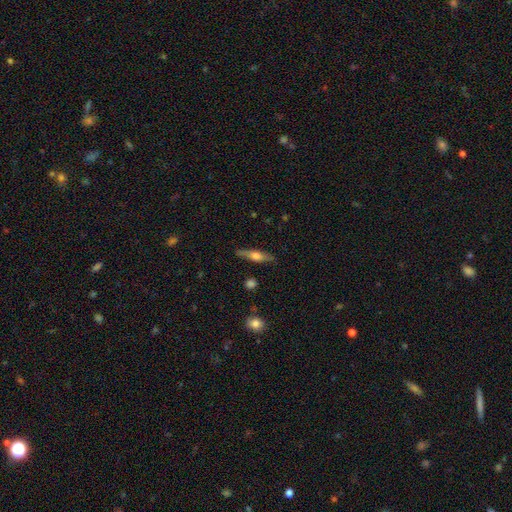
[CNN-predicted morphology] Overall: featured or disk (57%; smooth 37%). Edge-on disk: yes (94%). Edge-on bulge: rounded (89%). Merging: none (86%).